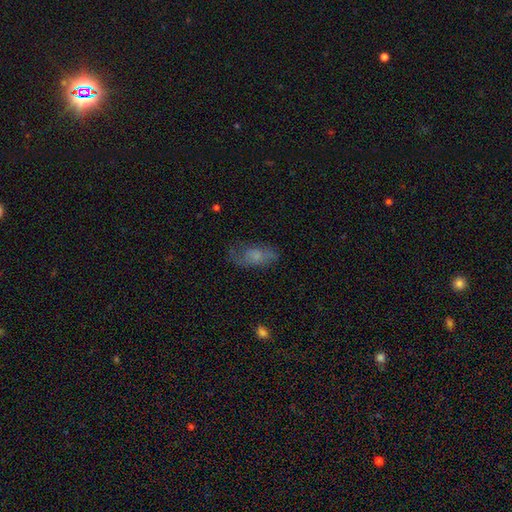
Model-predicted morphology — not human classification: Smooth or featured? smooth (55%)
How rounded? in between (84%)
Merging? none (56%)